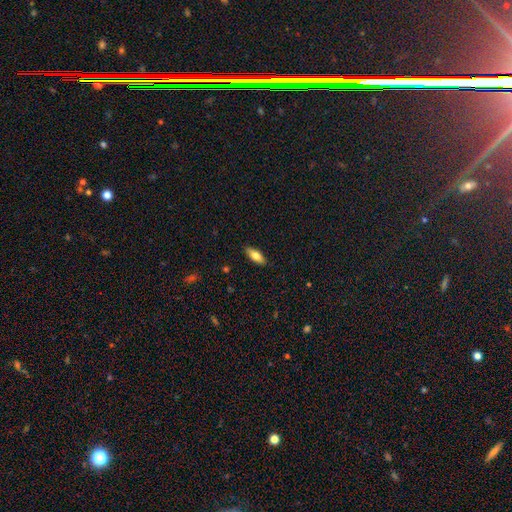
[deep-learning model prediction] smooth_or_featured: smooth (p=0.73) [alt: featured or disk p=0.21]
how_rounded: in between (p=0.68) [alt: cigar-shaped p=0.29]
merging: none (p=0.88) [alt: minor disturbance p=0.09]